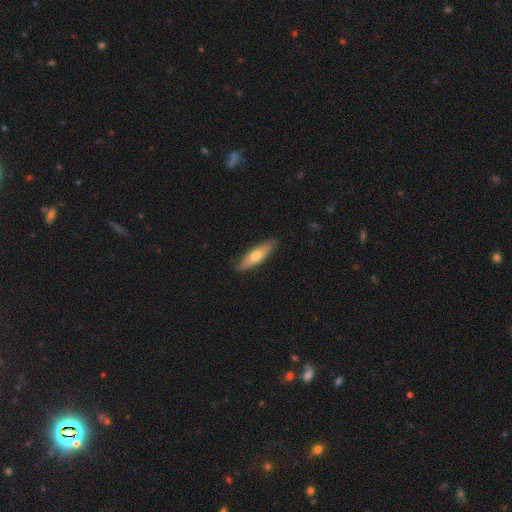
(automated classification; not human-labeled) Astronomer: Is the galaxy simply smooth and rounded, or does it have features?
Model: smooth — 62%.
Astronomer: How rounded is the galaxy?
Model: cigar-shaped — 62%.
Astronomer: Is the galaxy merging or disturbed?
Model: none — 89%.